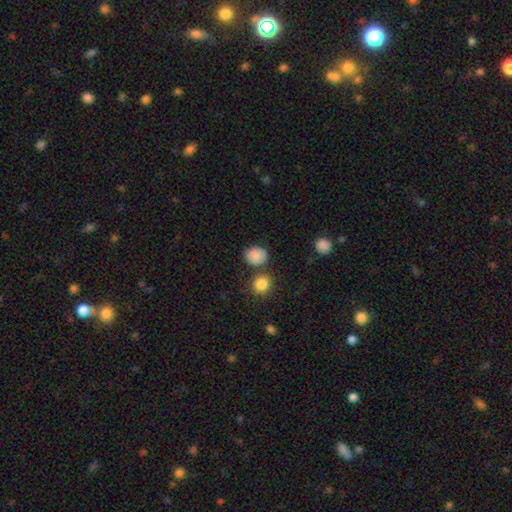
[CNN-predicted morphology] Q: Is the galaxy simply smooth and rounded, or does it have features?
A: smooth — 85%.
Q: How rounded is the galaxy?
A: round — 71%.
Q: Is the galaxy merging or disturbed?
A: none — 73%.